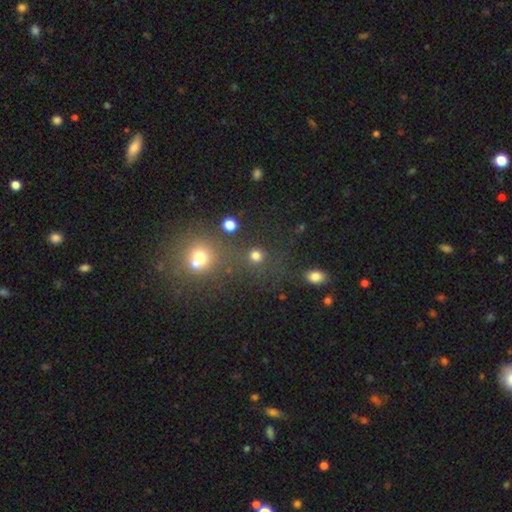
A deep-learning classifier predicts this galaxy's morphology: type=smooth (76%); roundness=round (90%); merging=none (70%).